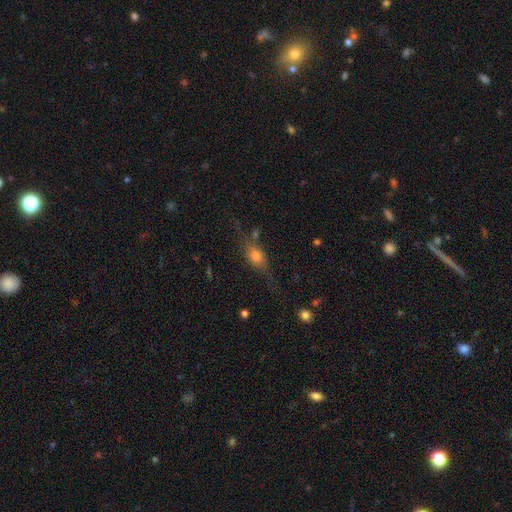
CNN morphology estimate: Overall: featured or disk (45%; smooth 43%). Merging: none (61%; minor disturbance 21%).